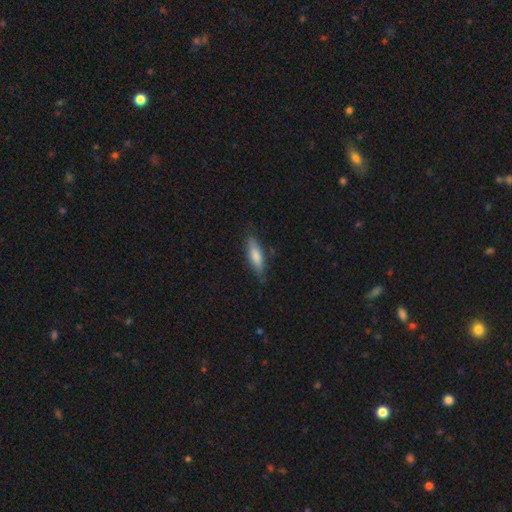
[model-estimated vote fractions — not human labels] This is likely a smooth galaxy (72%). How rounded: likely cigar-shaped (61%). Merging: likely none (78%).